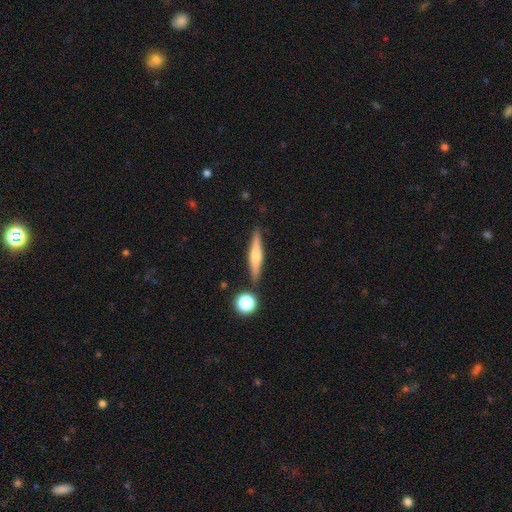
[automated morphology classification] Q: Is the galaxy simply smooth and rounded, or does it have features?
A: featured or disk — 53%.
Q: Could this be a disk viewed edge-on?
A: yes — 96%.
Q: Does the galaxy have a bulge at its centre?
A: rounded — 79%.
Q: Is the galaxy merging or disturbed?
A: none — 85%.